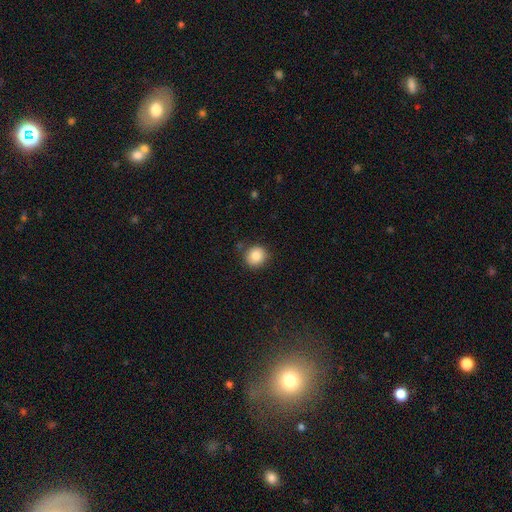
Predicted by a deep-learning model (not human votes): This appears to be a smooth galaxy with no disk features (84%) that is round (86%). Merging: none (83%).